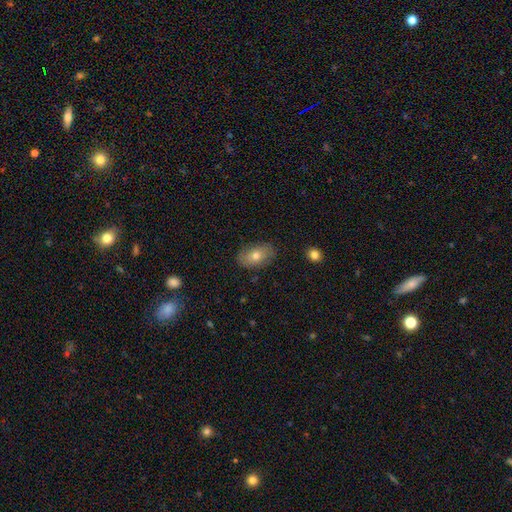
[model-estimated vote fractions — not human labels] A smooth galaxy with no disk features (71%) that is in between round and cigar-shaped (91%).

Vote fractions:
- Smooth or featured? smooth: 71% / featured or disk: 21% / star or artifact: 8%
- How rounded? in between: 91% / round: 8% / cigar-shaped: 2%
- Merging? none: 83% / minor disturbance: 13% / major disturbance: 3% / merger: 1%